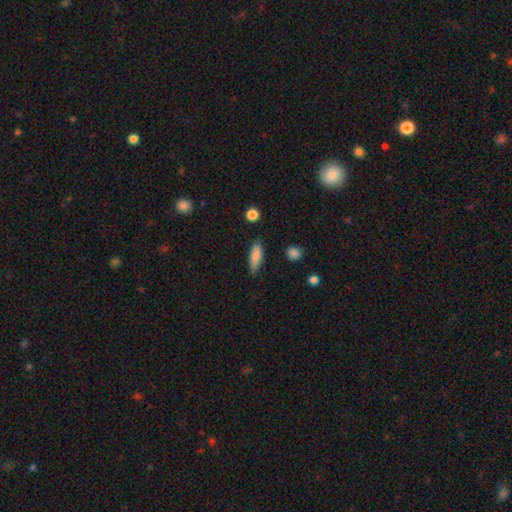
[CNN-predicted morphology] This appears to be a smooth galaxy with no disk features (83%) that is cigar-shaped (49%). Merging: none (83%).